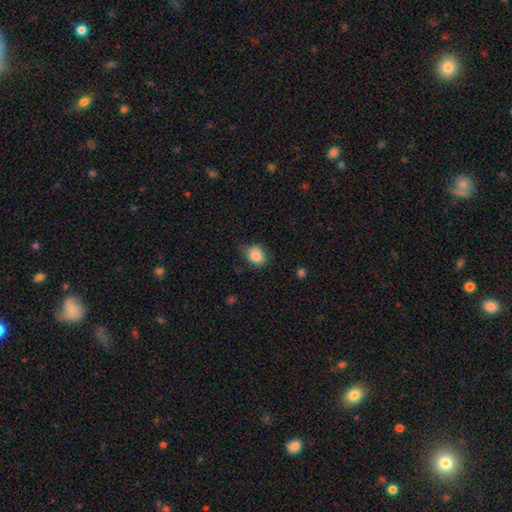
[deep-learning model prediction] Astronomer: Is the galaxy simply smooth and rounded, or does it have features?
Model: smooth — 84%.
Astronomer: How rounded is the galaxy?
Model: in between — 51% (runner-up: round, 48%).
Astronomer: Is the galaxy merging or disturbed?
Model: none — 64%.